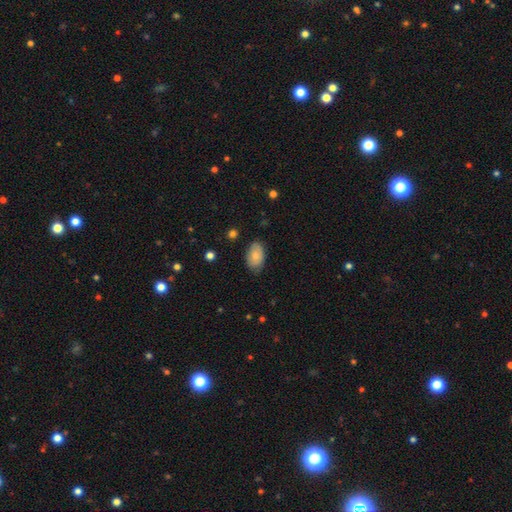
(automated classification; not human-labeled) The model was most divided on "merging": none: 74%, minor disturbance: 21%, major disturbance: 4%, merger: 1%. More confident: how rounded — in between (92%); smooth or featured — smooth (77%).